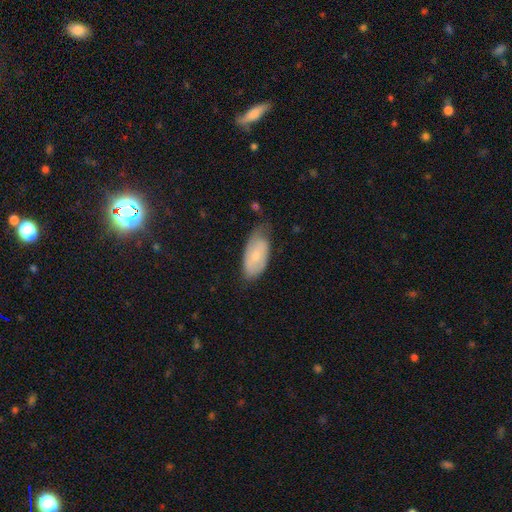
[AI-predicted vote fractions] smooth 58%, featured or disk 36%, star or artifact 6%. Down the decision tree: how rounded — in between (92%); merging — none (51%).